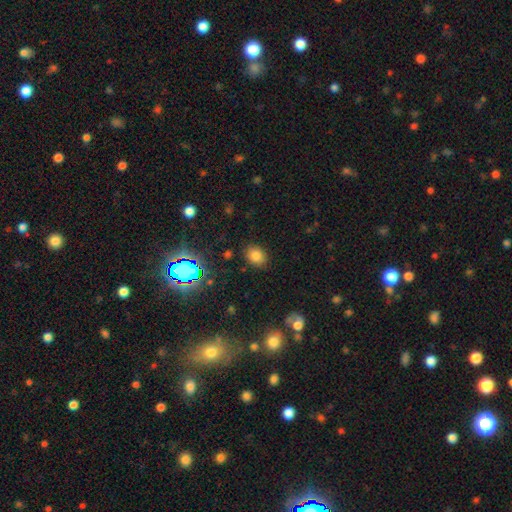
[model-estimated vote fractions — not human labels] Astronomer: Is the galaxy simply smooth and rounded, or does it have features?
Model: smooth — 78%.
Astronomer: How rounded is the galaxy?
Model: in between — 58% (runner-up: round, 41%).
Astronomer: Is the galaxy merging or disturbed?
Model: none — 84%.